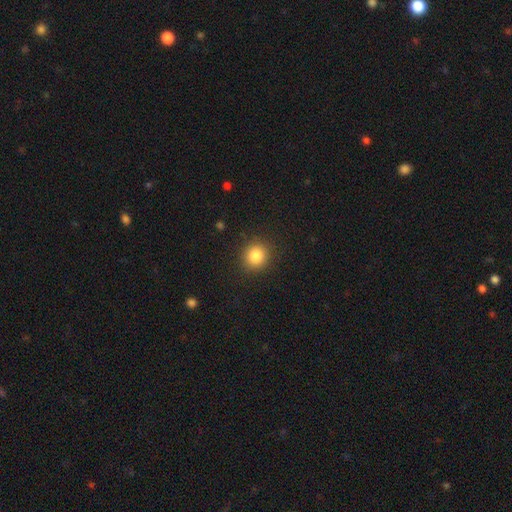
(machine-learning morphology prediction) Smooth or featured: smooth — 84% (star or artifact — 11%)
How rounded: round — 88% (in between — 11%)
Merging: none — 90% (minor disturbance — 7%)